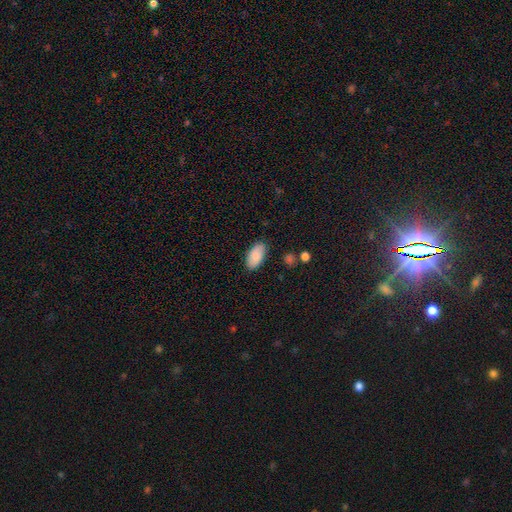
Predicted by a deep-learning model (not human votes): Smooth or featured? Predicted: smooth (p=0.86). How rounded? Predicted: in between (p=0.94). Merging? Predicted: none (p=0.85).